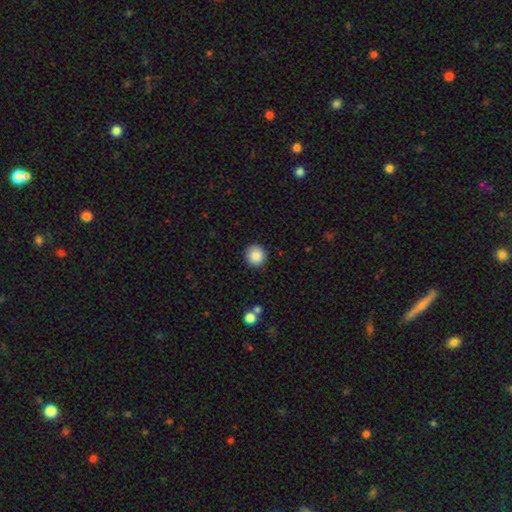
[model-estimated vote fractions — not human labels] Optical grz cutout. It shows a smooth galaxy with no disk features (88%) that is round (94%). Merging: none (91%).